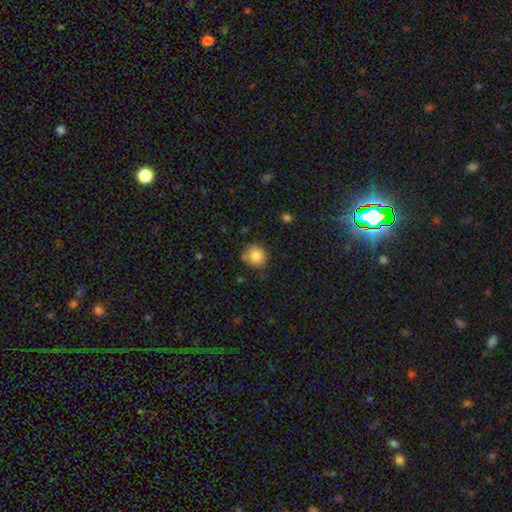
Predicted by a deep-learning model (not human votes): A smooth galaxy with no disk features (86%) that is round (81%). Merging: none (76%).